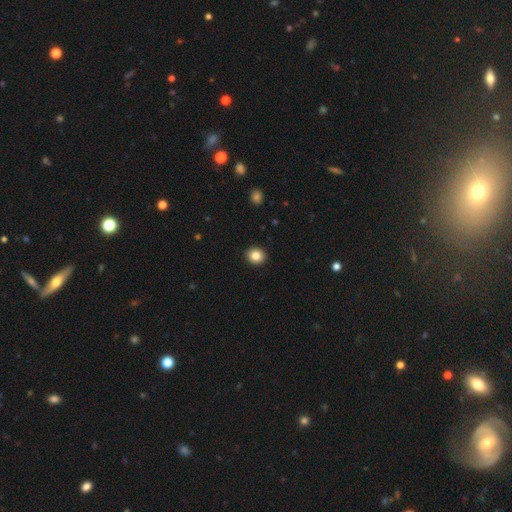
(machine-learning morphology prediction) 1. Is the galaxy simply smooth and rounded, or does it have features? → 84% smooth, 10% star or artifact, 6% featured or disk.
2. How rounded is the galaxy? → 80% round, 19% in between, 1% cigar-shaped.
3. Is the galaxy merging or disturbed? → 93% none, 5% minor disturbance, 2% major disturbance, 1% merger.